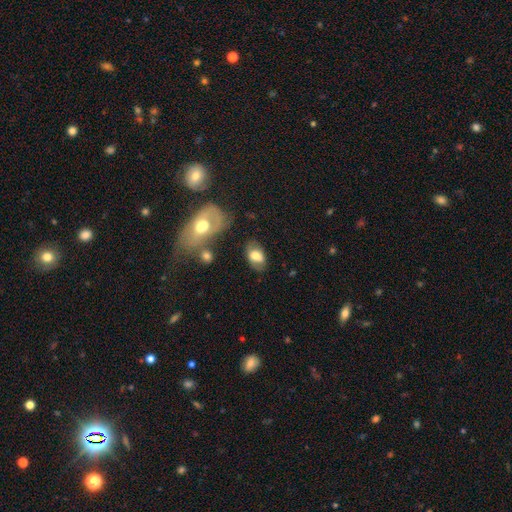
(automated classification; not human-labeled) Overall: smooth (66%; featured or disk 26%). How rounded: in between (89%). Merging: none (67%).